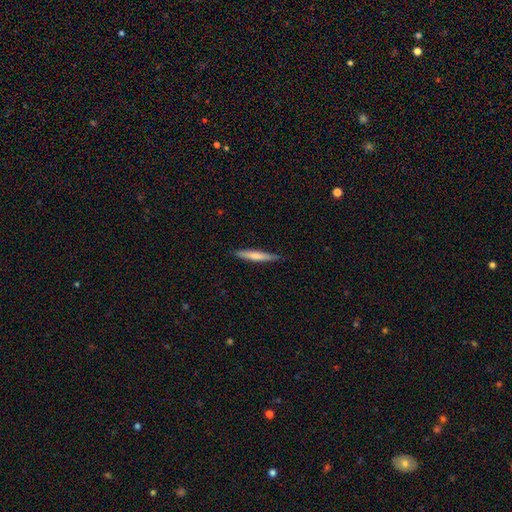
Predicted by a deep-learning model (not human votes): A smooth galaxy with no disk features (65%) that is cigar-shaped (94%).

Vote fractions:
- Smooth or featured? smooth: 65% / featured or disk: 30% / star or artifact: 5%
- How rounded? cigar-shaped: 94% / in between: 5% / round: 1%
- Merging? none: 88% / minor disturbance: 9% / major disturbance: 2% / merger: 1%